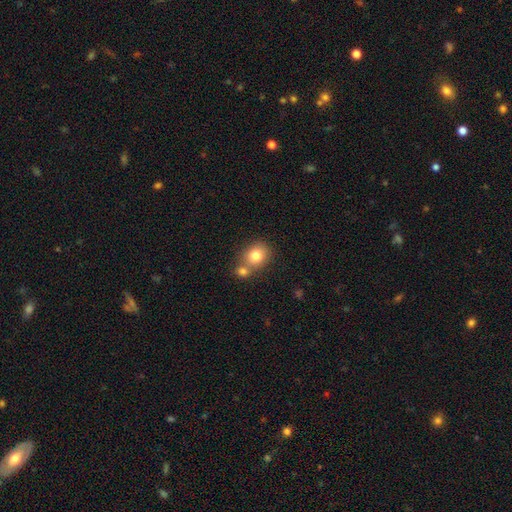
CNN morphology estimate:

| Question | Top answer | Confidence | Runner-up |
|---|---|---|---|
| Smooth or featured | smooth | 79% | featured or disk (10%) |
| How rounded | round | 69% | in between (30%) |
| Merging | none | 49% | merger (39%) |